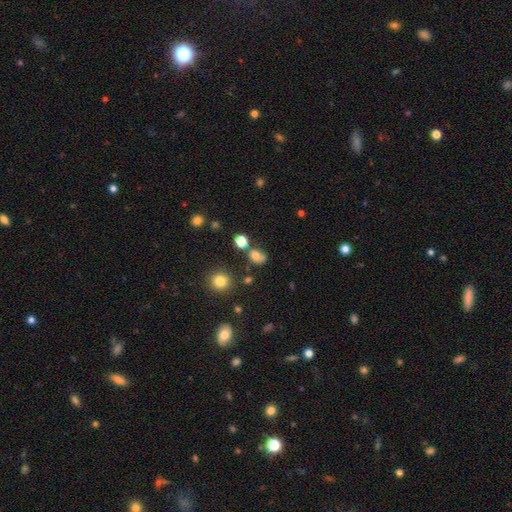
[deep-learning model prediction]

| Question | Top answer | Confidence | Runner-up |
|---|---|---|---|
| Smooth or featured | smooth | 72% | star or artifact (16%) |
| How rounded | round | 49% | tied: in between (49%) |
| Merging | none | 57% | minor disturbance (18%) |